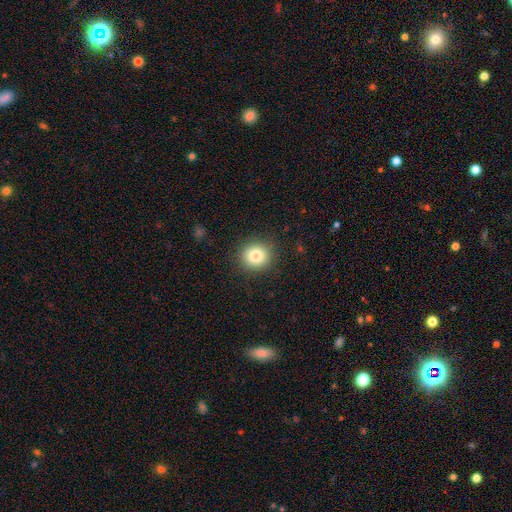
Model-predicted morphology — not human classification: The model was most divided on "smooth or featured": smooth: 83%, star or artifact: 11%, featured or disk: 7%. More confident: merging — none (89%); how rounded — round (89%).